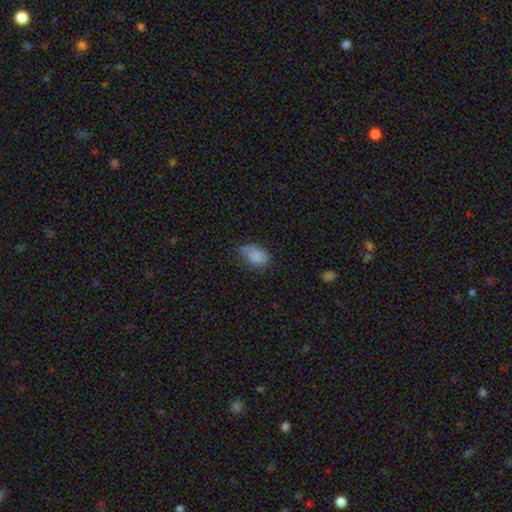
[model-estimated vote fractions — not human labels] Smooth or featured: smooth — 83% (featured or disk — 9%)
How rounded: in between — 86% (round — 12%)
Merging: none — 49% (minor disturbance — 36%)